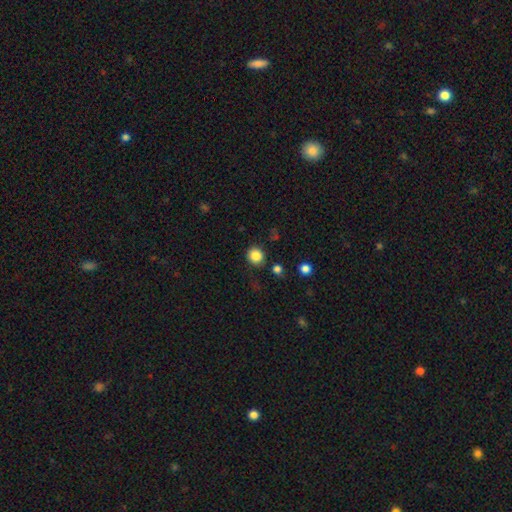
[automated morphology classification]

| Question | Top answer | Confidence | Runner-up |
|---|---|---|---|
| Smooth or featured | smooth | 85% | star or artifact (11%) |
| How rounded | round | 88% | in between (11%) |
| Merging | none | 85% | minor disturbance (9%) |